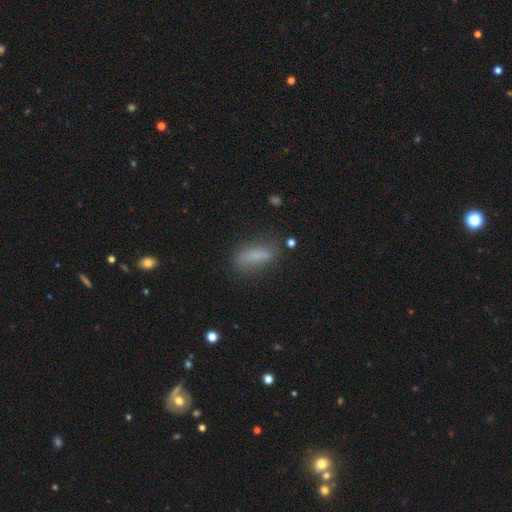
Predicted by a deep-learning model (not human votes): This is likely a smooth galaxy (72%). How rounded: possibly in between (54%). Merging: likely none (65%).